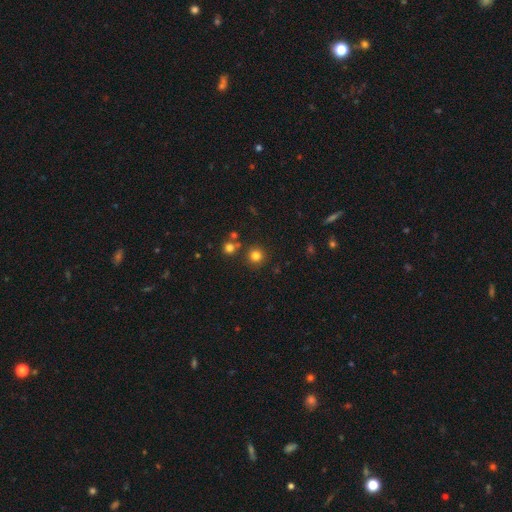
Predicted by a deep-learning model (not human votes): This is likely a smooth galaxy (79%). How rounded: clearly round (94%). Merging: clearly none (83%).